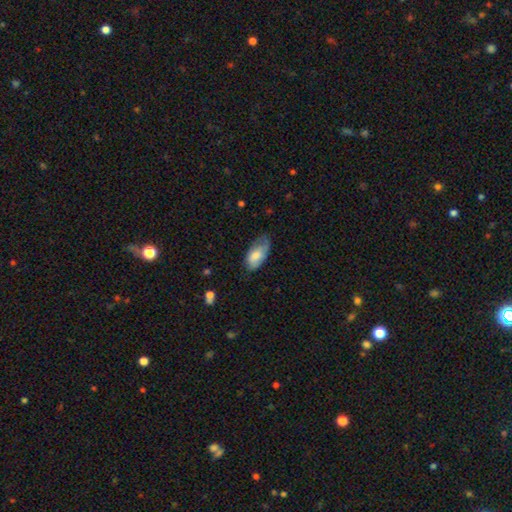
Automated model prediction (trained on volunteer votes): Smooth or featured: smooth — 72% (featured or disk — 22%)
How rounded: in between — 93% (cigar-shaped — 4%)
Merging: none — 46% (minor disturbance — 39%)